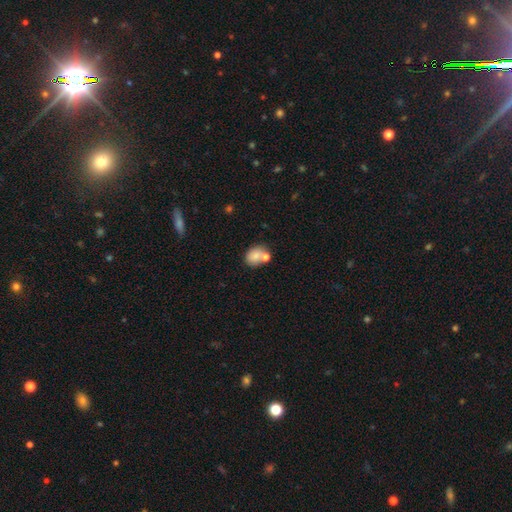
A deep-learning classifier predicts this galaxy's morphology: smooth-or-featured: smooth: 78% | featured or disk: 12% | star or artifact: 9%
  how-rounded: in between: 55% | round: 44% | cigar-shaped: 1%
  merging: none: 55% | merger: 26% | minor disturbance: 14% | major disturbance: 5%